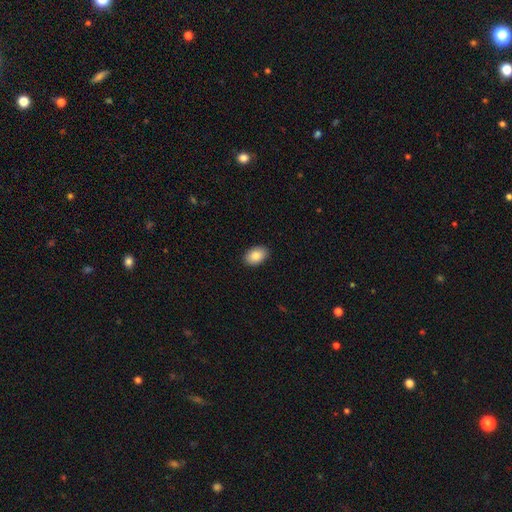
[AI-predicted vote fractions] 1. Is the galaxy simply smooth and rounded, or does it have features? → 87% smooth, 7% star or artifact, 6% featured or disk.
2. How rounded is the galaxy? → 89% in between, 10% round, 1% cigar-shaped.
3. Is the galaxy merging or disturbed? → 90% none, 8% minor disturbance, 2% major disturbance, 1% merger.